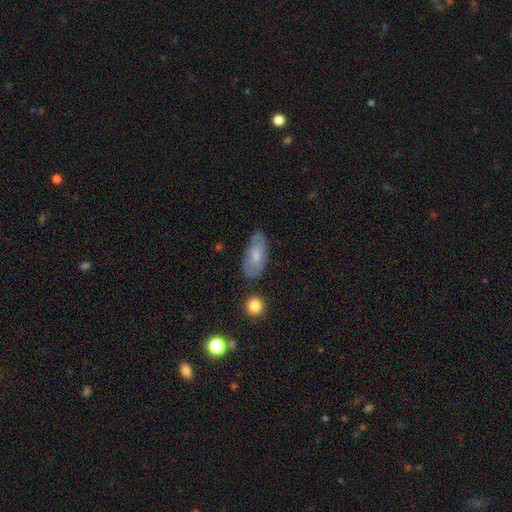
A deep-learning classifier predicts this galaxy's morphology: type=smooth (55%); roundness=in between (89%); merging=none (71%).